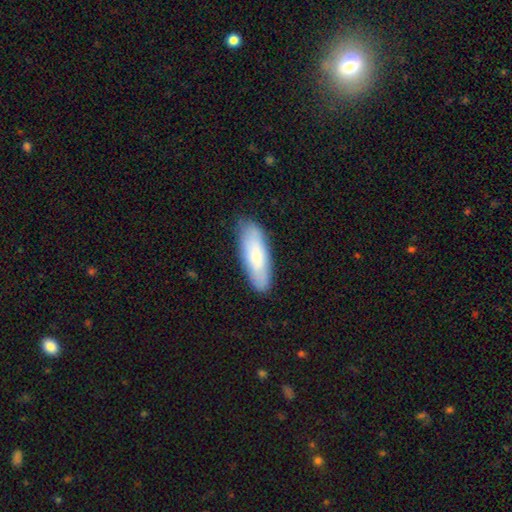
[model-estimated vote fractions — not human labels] Morphology: type=smooth (76%); roundness=in between (59%); merging=none (85%).